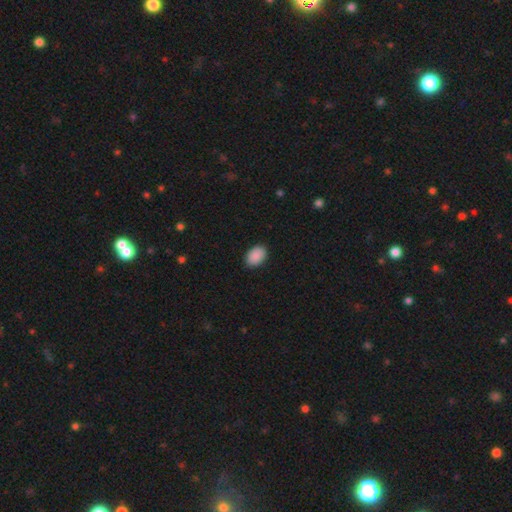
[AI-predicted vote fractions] A smooth galaxy with no disk features (90%) that is in between round and cigar-shaped (85%). Merging: none (89%).